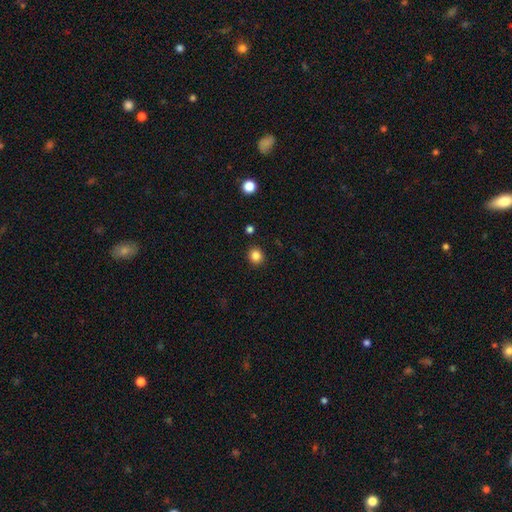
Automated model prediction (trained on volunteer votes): A smooth galaxy with no disk features (84%) that is round (87%). Merging: none (91%).